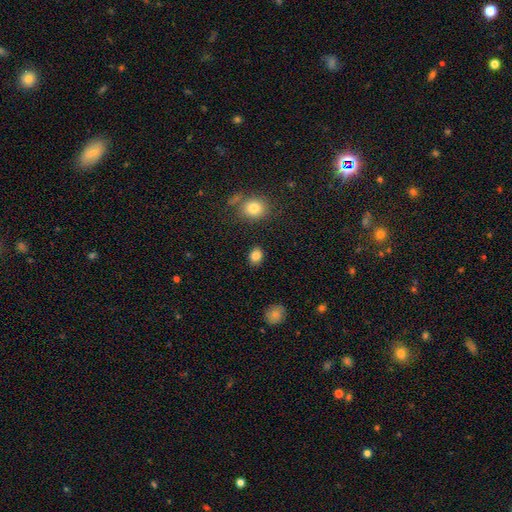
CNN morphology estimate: Smooth or featured? Predicted: smooth (p=0.85). How rounded? Predicted: round (p=0.56). Merging? Predicted: none (p=0.88).